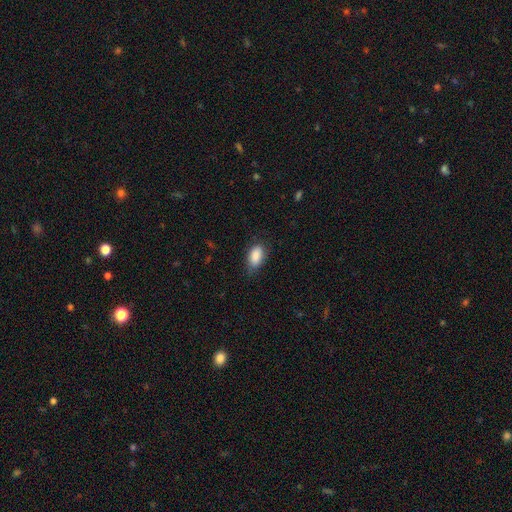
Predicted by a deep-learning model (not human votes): Smooth or featured? smooth (88%)
How rounded? in between (92%)
Merging? none (71%)